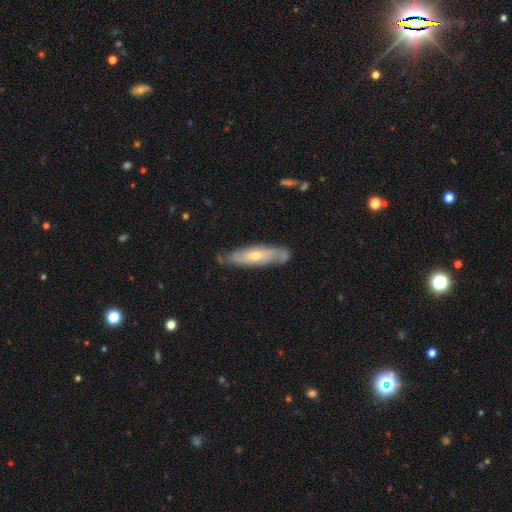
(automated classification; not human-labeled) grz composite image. It shows a featured or disk galaxy (61%). Merging: none (71%).